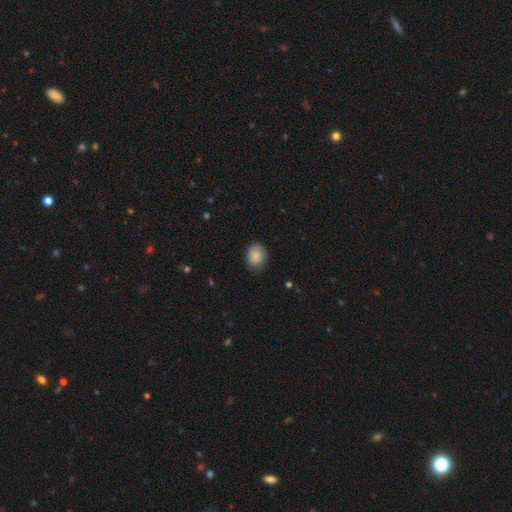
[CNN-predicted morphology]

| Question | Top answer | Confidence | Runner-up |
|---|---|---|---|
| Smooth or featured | smooth | 86% | star or artifact (7%) |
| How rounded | in between | 62% | round (37%) |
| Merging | none | 74% | minor disturbance (21%) |